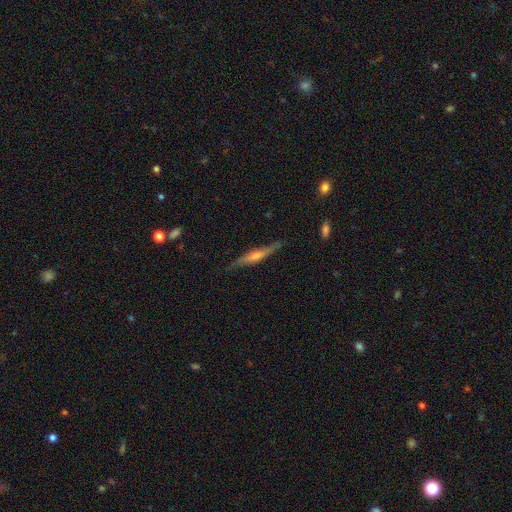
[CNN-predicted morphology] Q: Smooth or featured?
A: featured or disk (64%); runner-up: smooth (30%)
Q: Edge-on disk?
A: yes (93%); runner-up: no (7%)
Q: Edge-on bulge?
A: rounded (67%); runner-up: none (20%)
Q: Merging?
A: none (81%); runner-up: minor disturbance (14%)